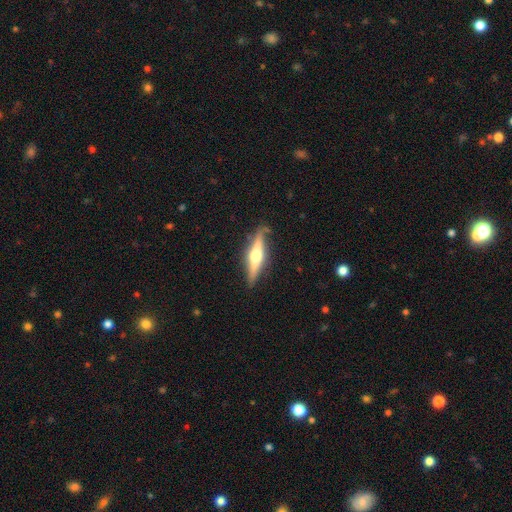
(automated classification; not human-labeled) Smooth or featured? Predicted: featured or disk (p=0.68). Edge-on disk? Predicted: yes (p=0.95). Edge-on bulge? Predicted: rounded (p=0.93). Merging? Predicted: none (p=0.82).